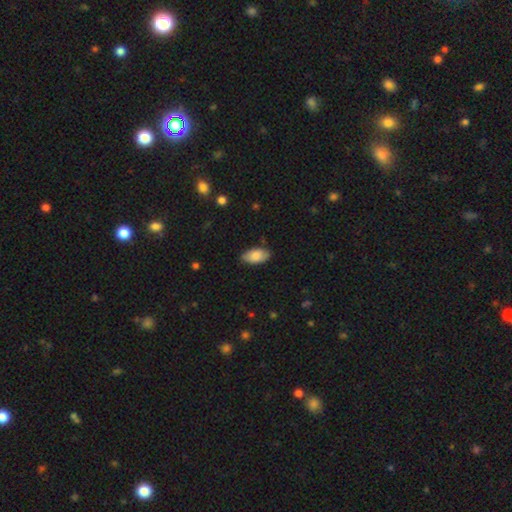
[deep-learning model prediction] A smooth galaxy with no disk features (84%) that is in between round and cigar-shaped (94%).

Vote fractions:
- Smooth or featured? smooth: 84% / featured or disk: 10% / star or artifact: 6%
- How rounded? in between: 94% / cigar-shaped: 3% / round: 3%
- Merging? none: 83% / minor disturbance: 14% / major disturbance: 2% / merger: 1%